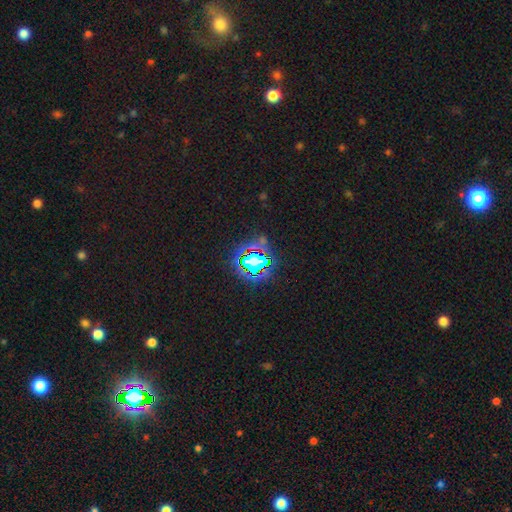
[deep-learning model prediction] Morphology: type=star or artifact (77%).